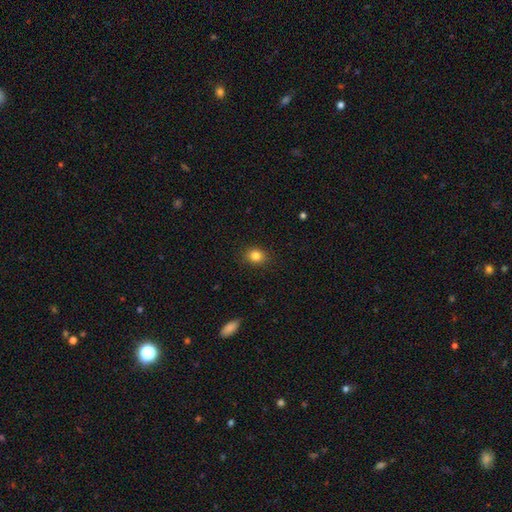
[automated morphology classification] type=smooth (84%); roundness=round (62%); merging=none (88%).